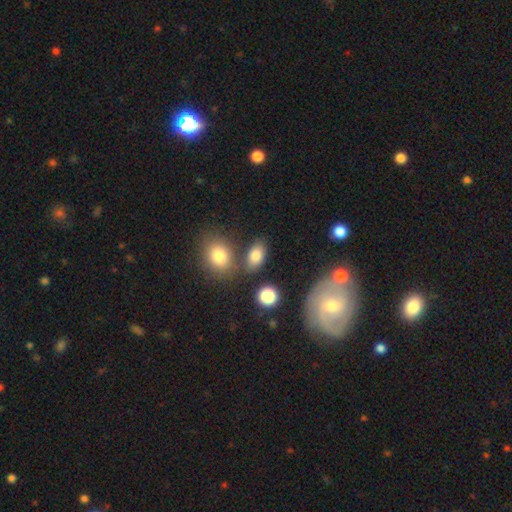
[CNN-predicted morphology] smooth_or_featured: smooth (p=0.80) [alt: star or artifact p=0.11]
how_rounded: in between (p=0.86) [alt: round p=0.12]
merging: none (p=0.71) [alt: minor disturbance p=0.13]